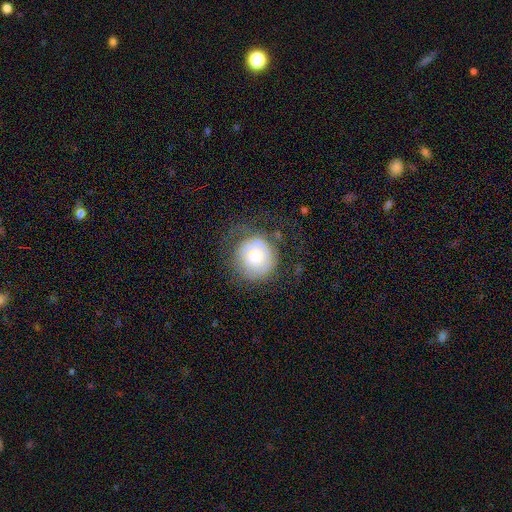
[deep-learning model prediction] The model was most divided on "smooth or featured": smooth: 55%, featured or disk: 37%, star or artifact: 8%. More confident: how rounded — round (91%); merging — none (54%).